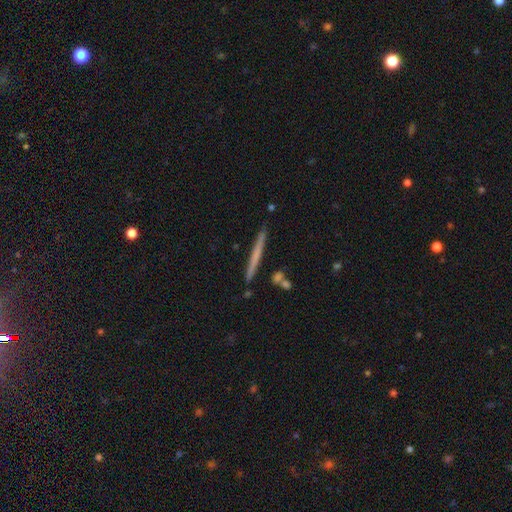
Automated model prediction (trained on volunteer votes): Overall: smooth (51%; featured or disk 43%). How rounded: cigar-shaped (97%). Merging: none (90%).